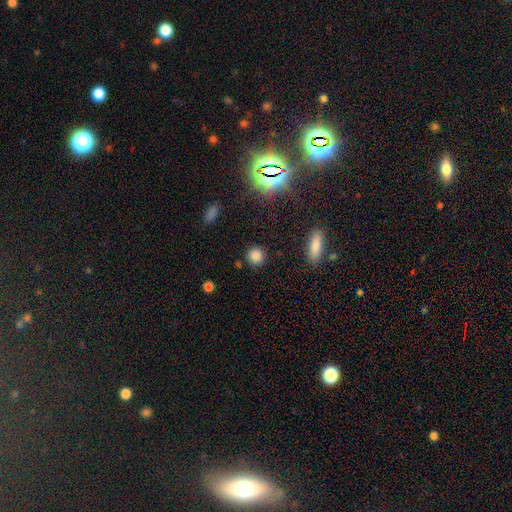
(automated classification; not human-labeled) smooth_or_featured: smooth (p=0.81) [alt: star or artifact p=0.13]
how_rounded: round (p=0.91) [alt: in between p=0.08]
merging: none (p=0.87) [alt: minor disturbance p=0.08]